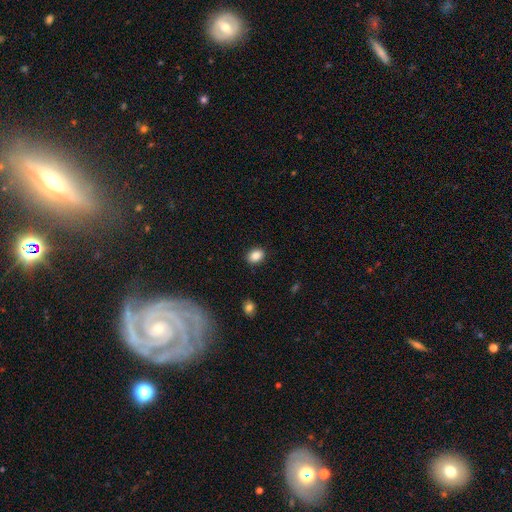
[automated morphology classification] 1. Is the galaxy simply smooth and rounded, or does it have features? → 86% smooth, 9% star or artifact, 5% featured or disk.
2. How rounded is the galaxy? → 64% in between, 35% round, 1% cigar-shaped.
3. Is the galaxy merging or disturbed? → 89% none, 8% minor disturbance, 2% major disturbance, 1% merger.